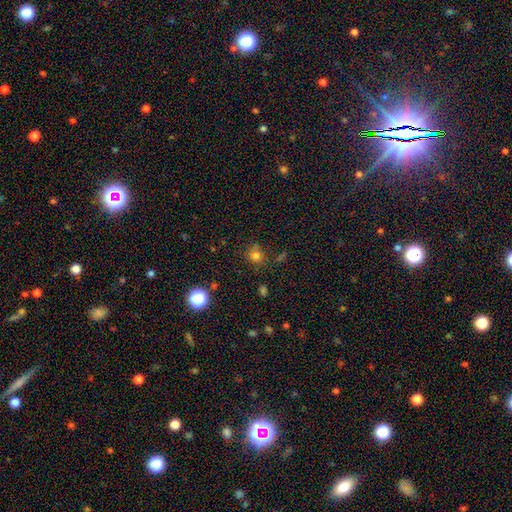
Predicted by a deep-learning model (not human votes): Morphology: type=smooth (75%); roundness=round (84%); merging=none (72%).